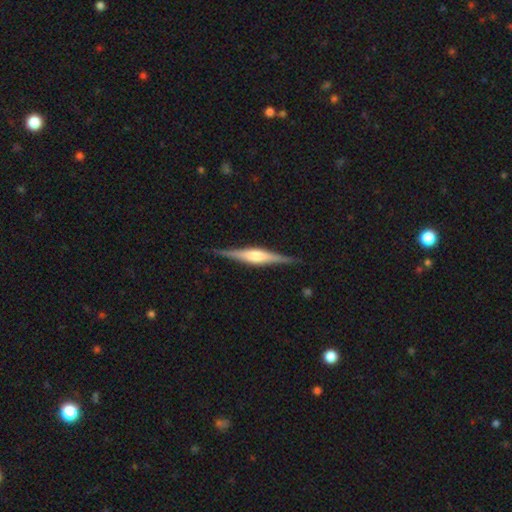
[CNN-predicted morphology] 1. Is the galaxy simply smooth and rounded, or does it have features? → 77% featured or disk, 17% smooth, 5% star or artifact.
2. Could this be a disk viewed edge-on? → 98% yes, 2% no.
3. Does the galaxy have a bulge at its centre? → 68% rounded, 26% boxy, 6% none.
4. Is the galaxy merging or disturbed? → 88% none, 9% minor disturbance, 2% major disturbance, 1% merger.